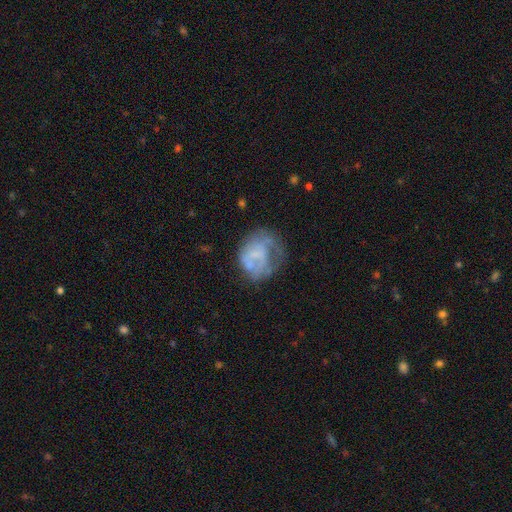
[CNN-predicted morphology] Q: Smooth or featured?
A: featured or disk (50%); runner-up: smooth (40%)
Q: Merging?
A: none (37%); runner-up: major disturbance (34%)